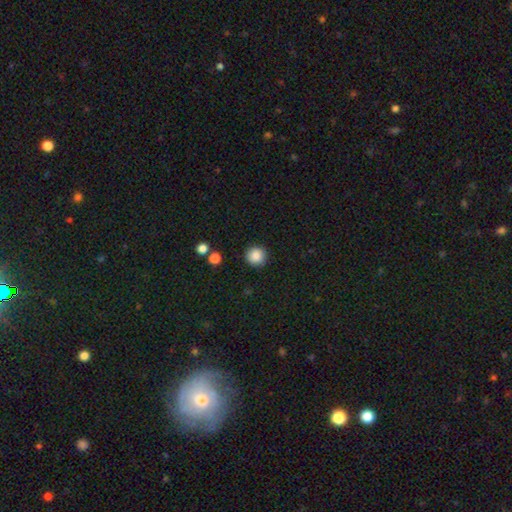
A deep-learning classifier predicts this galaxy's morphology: The model was most divided on "smooth or featured": smooth: 87%, star or artifact: 9%, featured or disk: 4%. More confident: how rounded — round (94%); merging — none (90%).